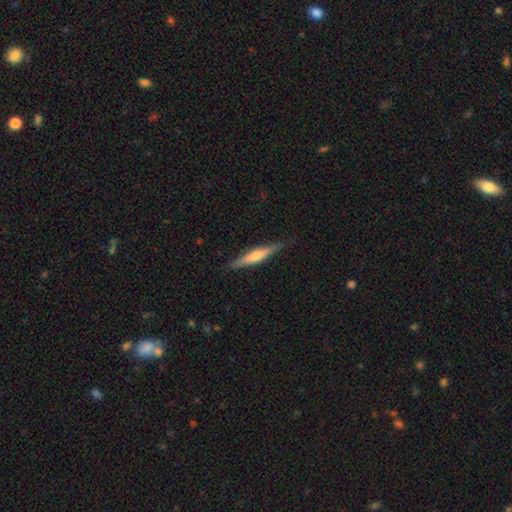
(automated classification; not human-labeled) The model was most divided on "smooth or featured": featured or disk: 50%, smooth: 44%, star or artifact: 6%. More confident: edge-on disk — yes (96%); merging — none (88%).